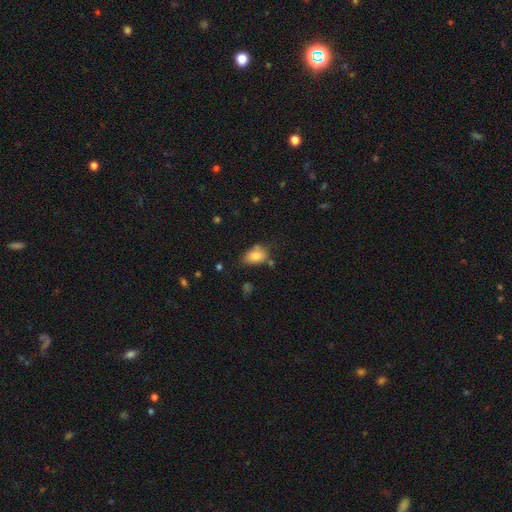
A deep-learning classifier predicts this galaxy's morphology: Smooth or featured?
  - smooth: 80% *
  - featured or disk: 12%
  - star or artifact: 9%
How rounded?
  - in between: 83% *
  - round: 16%
  - cigar-shaped: 1%
Merging?
  - none: 59% *
  - minor disturbance: 27%
  - merger: 7%
  - major disturbance: 7%